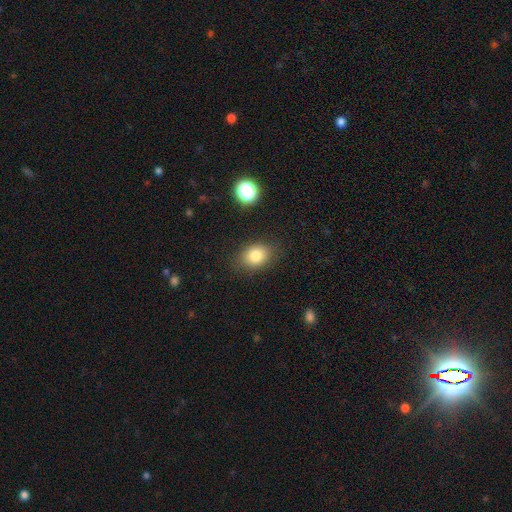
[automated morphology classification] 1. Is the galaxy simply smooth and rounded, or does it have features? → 81% smooth, 11% star or artifact, 9% featured or disk.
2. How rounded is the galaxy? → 67% in between, 32% round, 1% cigar-shaped.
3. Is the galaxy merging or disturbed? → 82% none, 12% minor disturbance, 4% major disturbance, 2% merger.